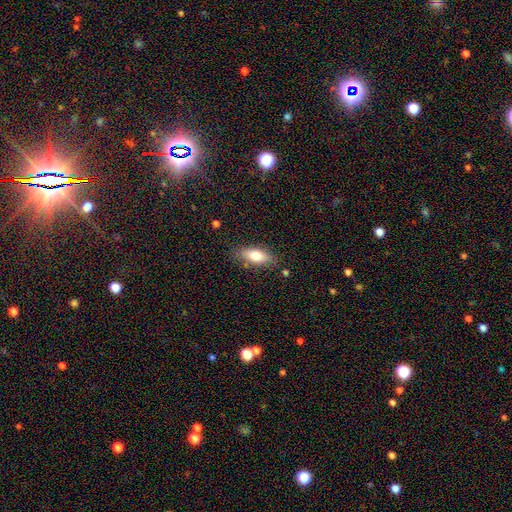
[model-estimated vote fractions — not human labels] This is likely a smooth galaxy (77%). How rounded: likely in between (80%). Merging: likely none (80%).